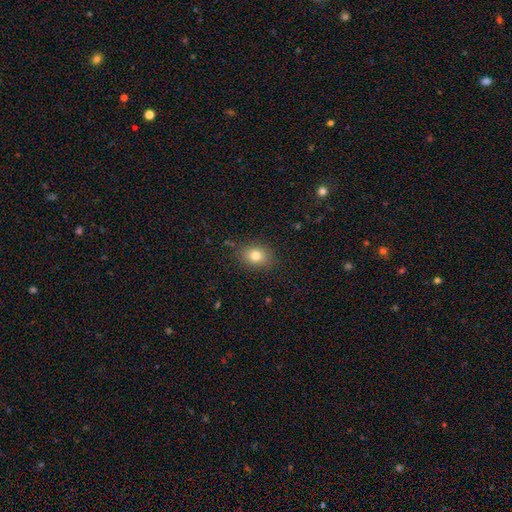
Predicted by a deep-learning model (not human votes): The model was most divided on "how rounded": in between: 58%, round: 40%, cigar-shaped: 1%. More confident: merging — none (85%); smooth or featured — smooth (79%).